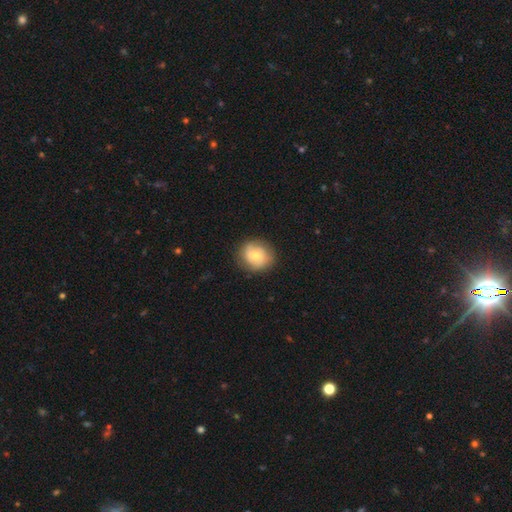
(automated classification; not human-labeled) A smooth galaxy with no disk features (67%) that is round (77%). Merging: none (81%).